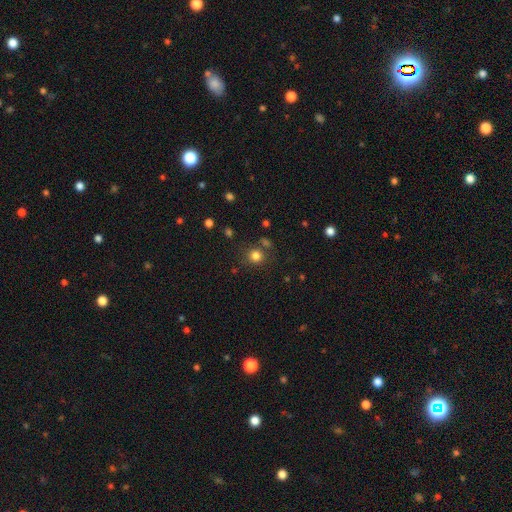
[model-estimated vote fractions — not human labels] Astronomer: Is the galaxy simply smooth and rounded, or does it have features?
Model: smooth — 81%.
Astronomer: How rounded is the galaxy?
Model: round — 89%.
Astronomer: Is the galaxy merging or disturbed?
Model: none — 78%.